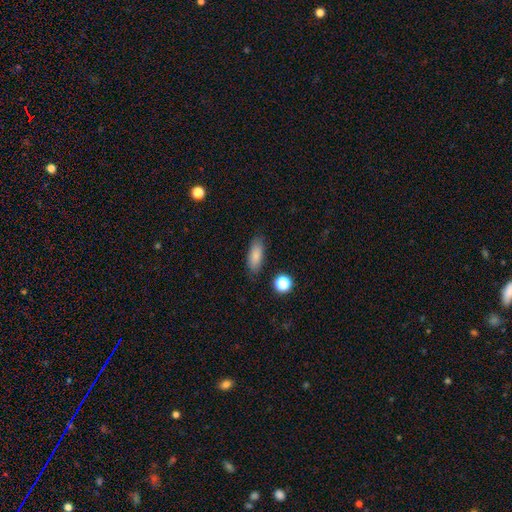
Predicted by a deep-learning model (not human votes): A smooth galaxy with no disk features (84%) that is in between round and cigar-shaped (74%).

Vote fractions:
- Smooth or featured? smooth: 84% / star or artifact: 8% / featured or disk: 8%
- How rounded? in between: 74% / cigar-shaped: 22% / round: 3%
- Merging? none: 83% / minor disturbance: 12% / major disturbance: 3% / merger: 2%